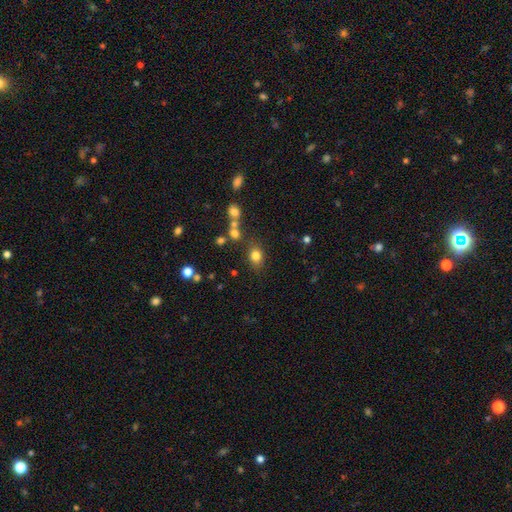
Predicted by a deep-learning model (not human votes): Smooth or featured? smooth (79%)
How rounded? round (53%)
Merging? none (75%)